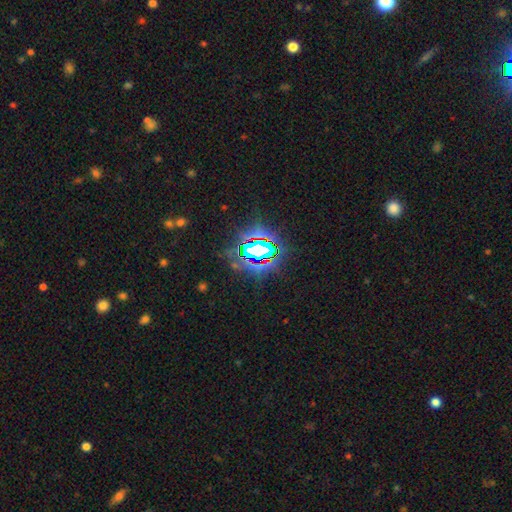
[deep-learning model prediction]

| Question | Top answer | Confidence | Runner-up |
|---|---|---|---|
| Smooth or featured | star or artifact | 80% | smooth (12%) |